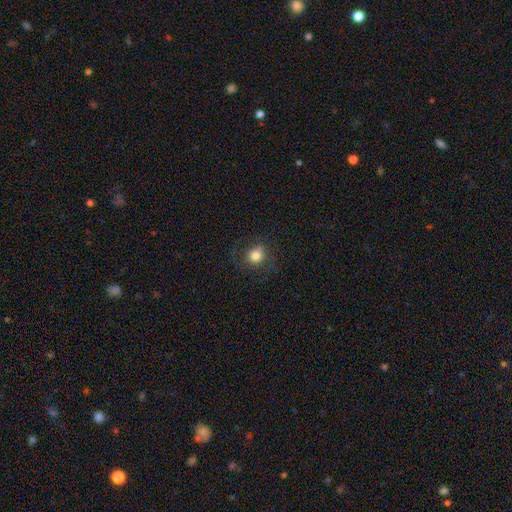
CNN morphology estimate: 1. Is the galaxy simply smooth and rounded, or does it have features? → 78% smooth, 12% star or artifact, 10% featured or disk.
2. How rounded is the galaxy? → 86% round, 13% in between, 1% cigar-shaped.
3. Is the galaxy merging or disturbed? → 75% none, 15% minor disturbance, 9% major disturbance, 1% merger.